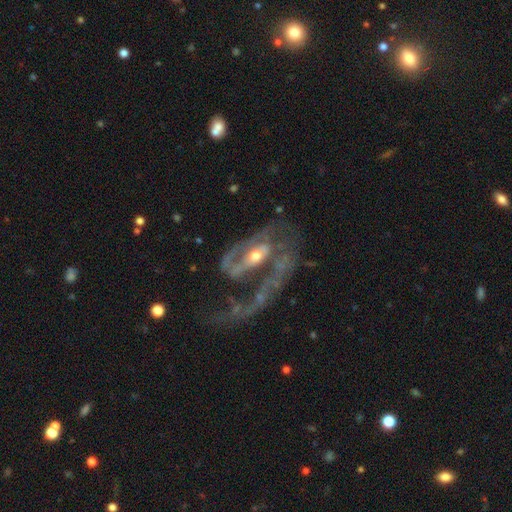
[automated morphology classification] This is clearly a featured or disk galaxy (81%). It is clearly not viewed edge-on (93%). Bar: possibly no (49%). Spiral arm pattern: likely yes (75%). Spiral arm count: marginally 2 (39%). Spiral winding: marginally loose (40%). Central bulge: possibly moderate (59%). Merging: possibly major disturbance (55%).